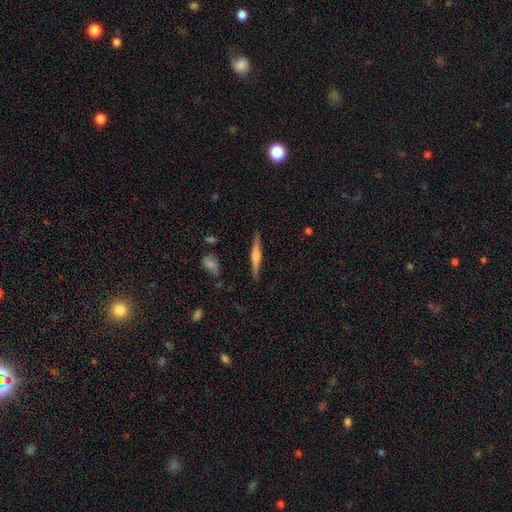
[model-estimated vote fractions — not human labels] Smooth or featured: featured or disk — 66% (smooth — 27%)
Edge-on disk: yes — 98% (no — 2%)
Edge-on bulge: rounded — 79% (boxy — 14%)
Merging: none — 89% (minor disturbance — 8%)